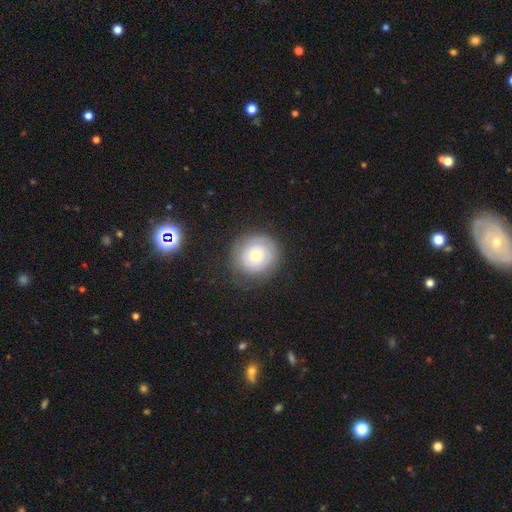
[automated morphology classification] A smooth galaxy with no disk features (48%).

Vote fractions:
- Smooth or featured? smooth: 48% / featured or disk: 44% / star or artifact: 8%
- Merging? none: 77% / minor disturbance: 14% / major disturbance: 7% / merger: 1%